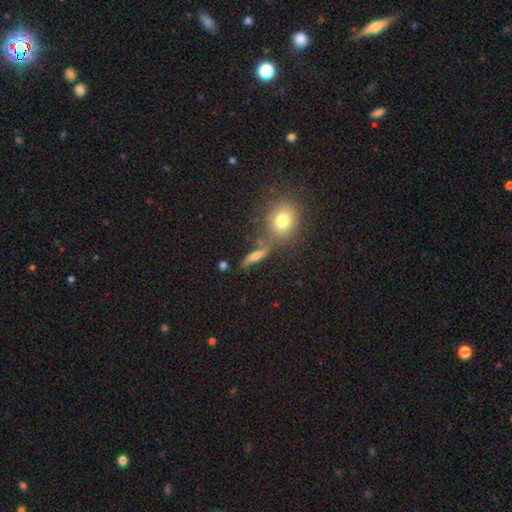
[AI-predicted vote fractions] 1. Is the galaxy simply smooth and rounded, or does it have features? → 54% smooth, 31% featured or disk, 15% star or artifact.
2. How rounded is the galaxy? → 58% cigar-shaped, 28% in between, 14% round.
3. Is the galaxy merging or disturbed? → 65% none, 15% minor disturbance, 14% merger, 7% major disturbance.